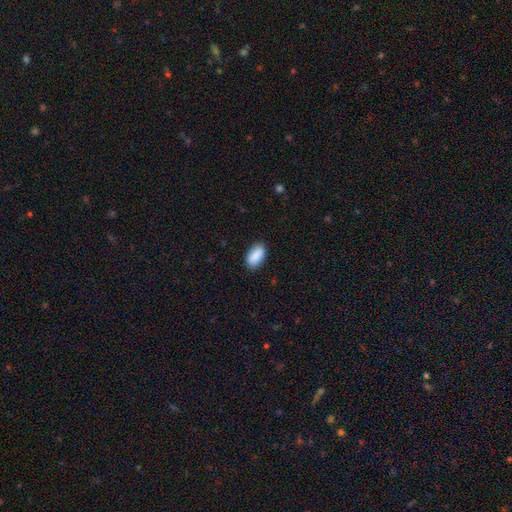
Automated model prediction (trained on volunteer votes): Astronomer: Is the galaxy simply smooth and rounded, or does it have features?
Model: smooth — 90%.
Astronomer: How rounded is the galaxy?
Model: in between — 94%.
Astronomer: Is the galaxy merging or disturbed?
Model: none — 88%.